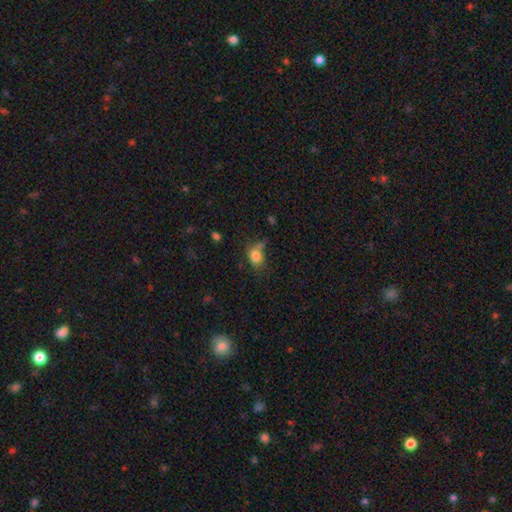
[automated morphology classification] A smooth galaxy with no disk features (81%) that is in between round and cigar-shaped (66%).

Vote fractions:
- Smooth or featured? smooth: 81% / star or artifact: 11% / featured or disk: 8%
- How rounded? in between: 66% / round: 33% / cigar-shaped: 2%
- Merging? none: 53% / minor disturbance: 23% / merger: 15% / major disturbance: 10%